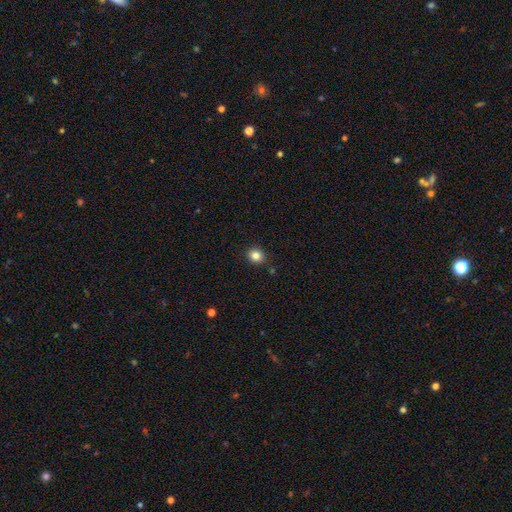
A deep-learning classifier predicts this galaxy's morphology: smooth 83%, star or artifact 11%, featured or disk 6%. Down the decision tree: how rounded — round (77%); merging — none (89%).